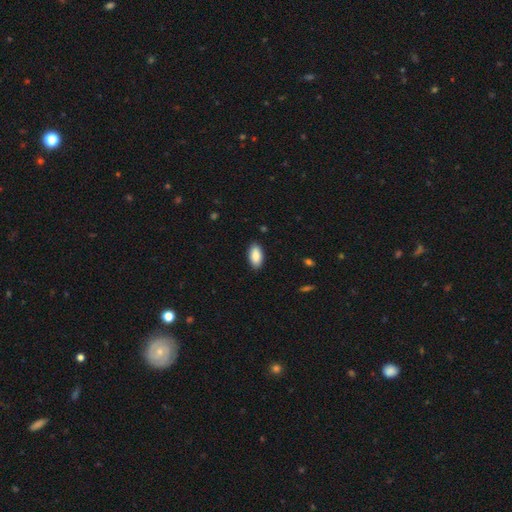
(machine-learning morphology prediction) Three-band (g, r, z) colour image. It shows a smooth galaxy with no disk features (88%) that is in between round and cigar-shaped (92%). Merging: none (88%).